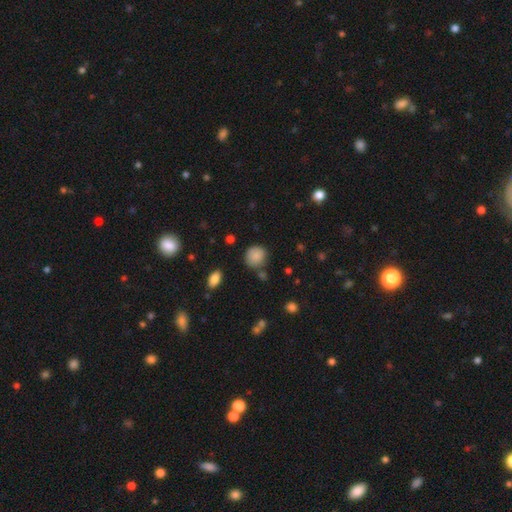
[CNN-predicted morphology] Smooth or featured? Predicted: smooth (p=0.85). How rounded? Predicted: round (p=0.84). Merging? Predicted: none (p=0.73).